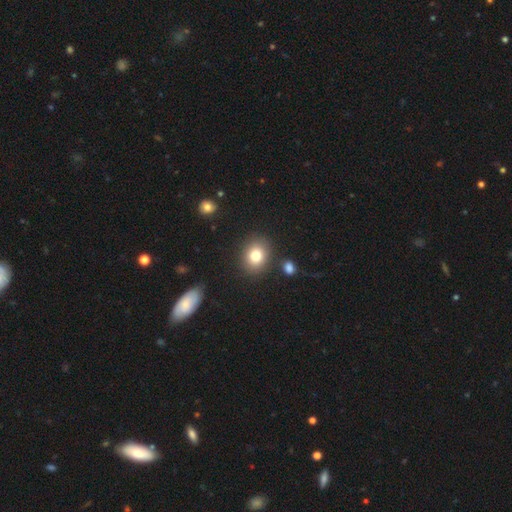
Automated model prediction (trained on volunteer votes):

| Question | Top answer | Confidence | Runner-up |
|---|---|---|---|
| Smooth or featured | smooth | 80% | star or artifact (11%) |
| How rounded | round | 58% | in between (41%) |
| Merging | none | 84% | minor disturbance (9%) |